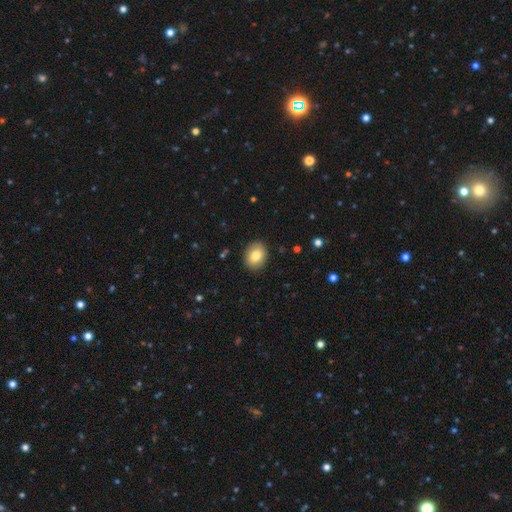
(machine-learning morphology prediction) Overall: smooth (82%). How rounded: in between (59%; round 40%). Merging: none (88%).